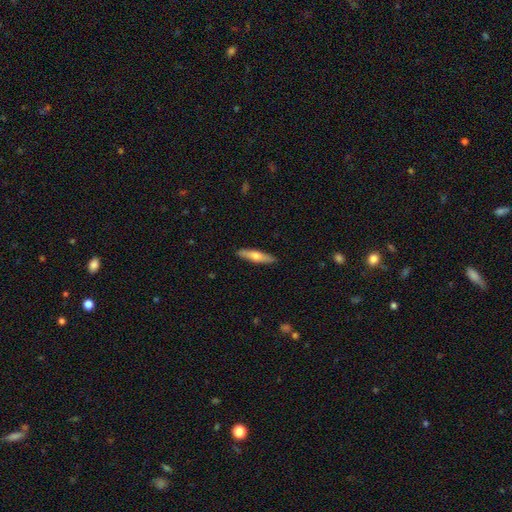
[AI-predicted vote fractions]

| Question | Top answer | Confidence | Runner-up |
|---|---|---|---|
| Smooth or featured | smooth | 56% | featured or disk (38%) |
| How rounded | cigar-shaped | 81% | in between (18%) |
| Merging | none | 90% | minor disturbance (7%) |